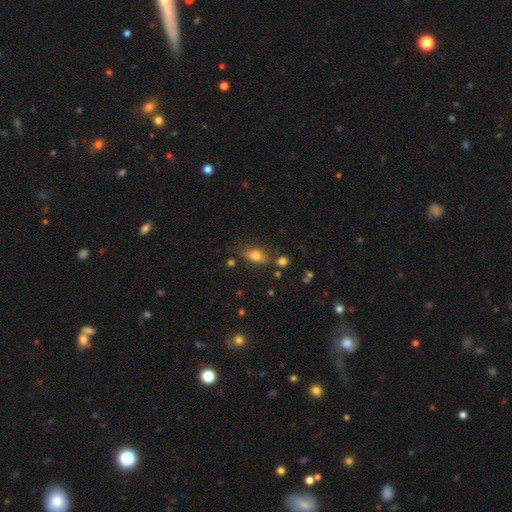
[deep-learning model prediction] Smooth or featured? smooth (76%)
How rounded? in between (83%)
Merging? none (74%)